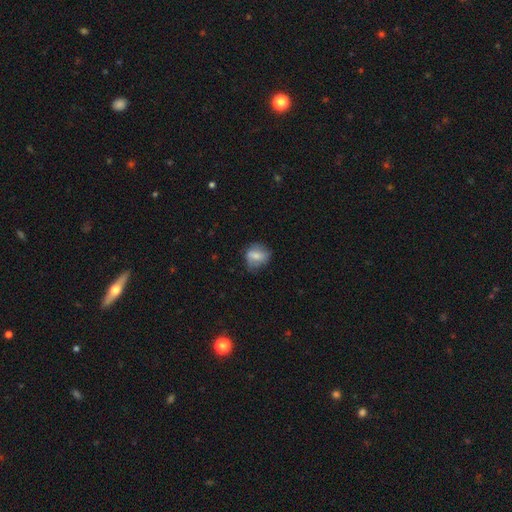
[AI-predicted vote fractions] Smooth or featured? Predicted: smooth (p=0.64). How rounded? Predicted: round (p=0.54). Merging? Predicted: none (p=0.61).